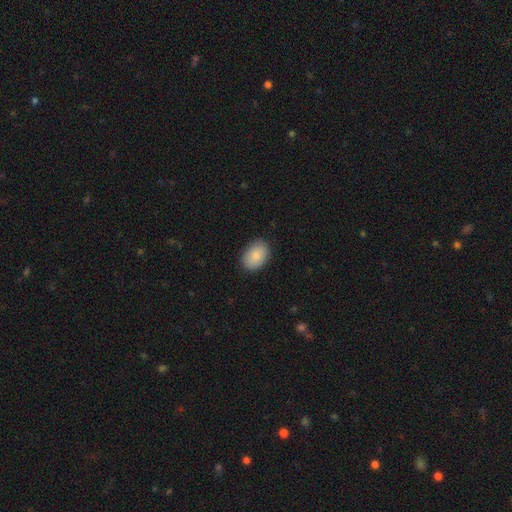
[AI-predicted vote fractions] smooth_or_featured: smooth (p=0.88) [alt: star or artifact p=0.06]
how_rounded: in between (p=0.82) [alt: round p=0.17]
merging: none (p=0.88) [alt: minor disturbance p=0.09]